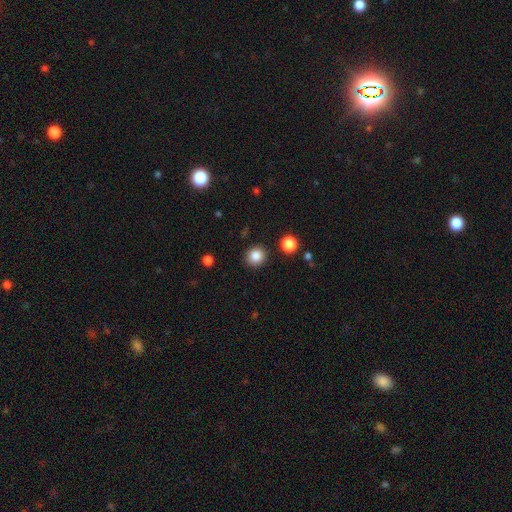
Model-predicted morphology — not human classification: smooth 86%, star or artifact 10%, featured or disk 4%. Down the decision tree: how rounded — round (88%); merging — none (89%).